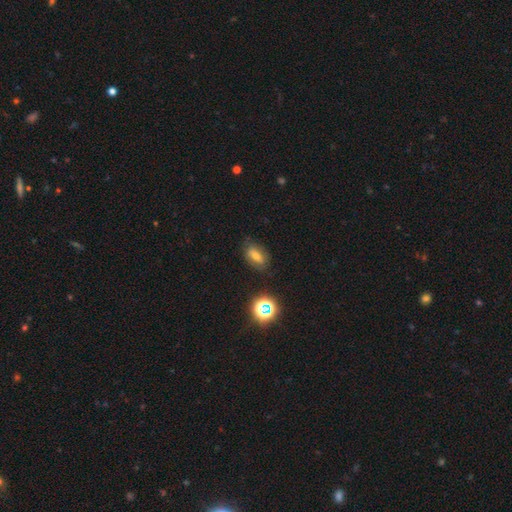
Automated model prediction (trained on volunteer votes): Overall: smooth (61%). How rounded: in between (81%). Merging: none (78%).